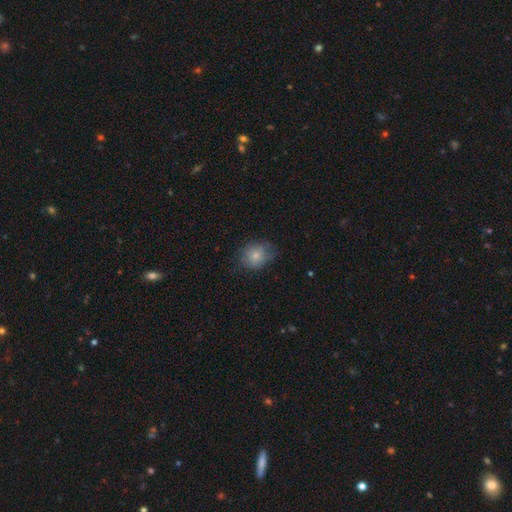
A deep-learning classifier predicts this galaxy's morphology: Smooth or featured? smooth (76%)
How rounded? round (66%)
Merging? none (67%)